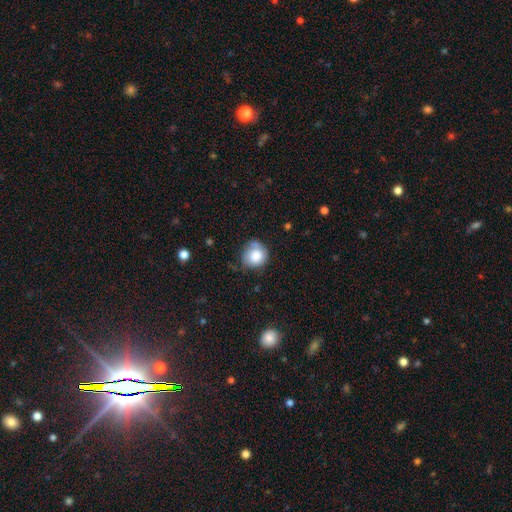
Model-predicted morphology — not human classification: Overall: smooth (78%). How rounded: round (86%). Merging: none (57%; minor disturbance 27%).